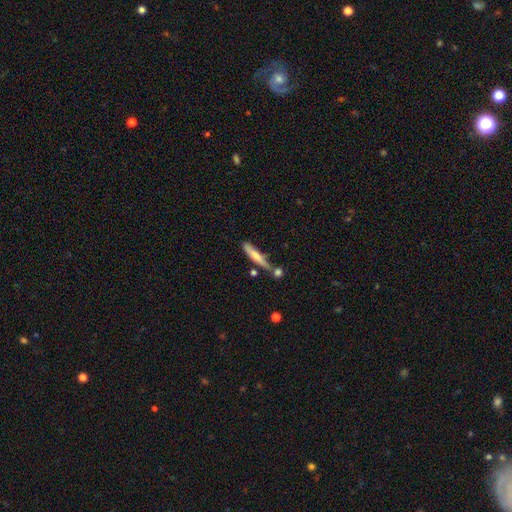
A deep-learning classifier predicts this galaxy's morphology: This appears to be a smooth galaxy with no disk features (60%) that is cigar-shaped (88%). Merging: none (63%).